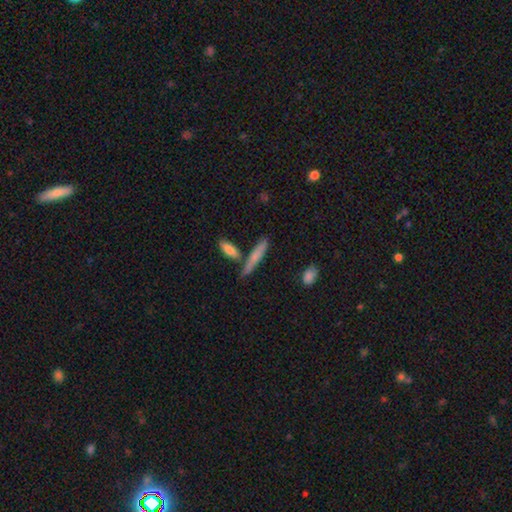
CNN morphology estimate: The model was most divided on "smooth or featured": smooth: 67%, featured or disk: 26%, star or artifact: 7%. More confident: how rounded — cigar-shaped (85%); merging — none (65%).